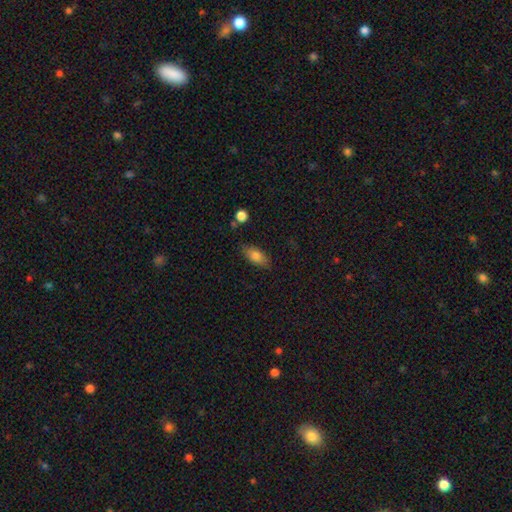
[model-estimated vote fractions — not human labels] This appears to be a smooth galaxy with no disk features (79%) that is in between round and cigar-shaped (86%). Merging: none (79%).